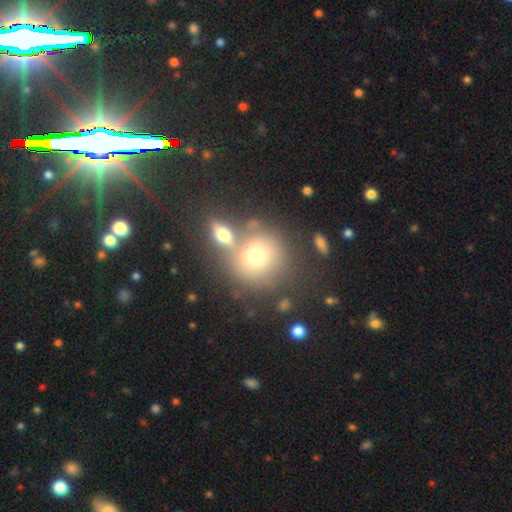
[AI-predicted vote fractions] This appears to be a smooth galaxy with no disk features (69%) that is round (86%). Merging: none (55%).